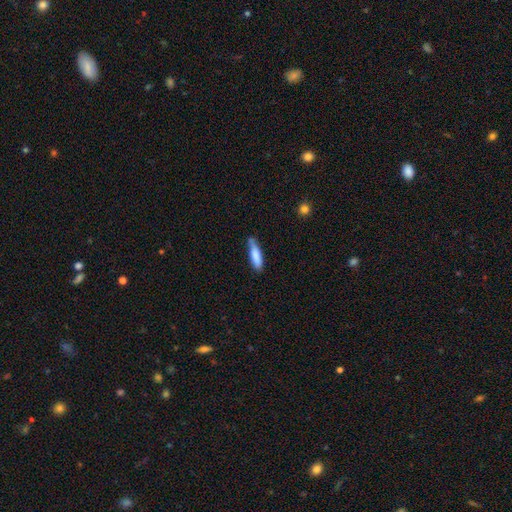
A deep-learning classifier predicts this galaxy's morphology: Overall: smooth (82%). How rounded: cigar-shaped (67%; in between 32%). Merging: none (56%; minor disturbance 31%).